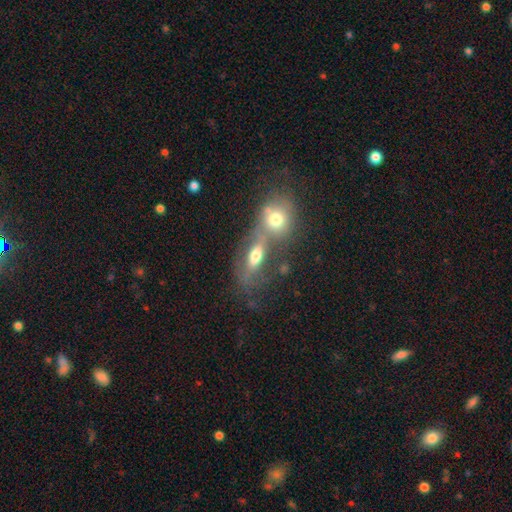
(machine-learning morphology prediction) Smooth or featured?
  - smooth: 60% *
  - featured or disk: 29%
  - star or artifact: 11%
How rounded?
  - in between: 71% *
  - round: 15%
  - cigar-shaped: 13%
Merging?
  - merger: 58% *
  - none: 27%
  - minor disturbance: 9%
  - major disturbance: 7%